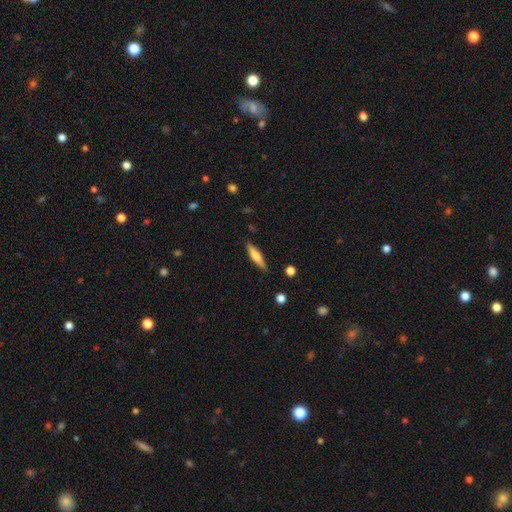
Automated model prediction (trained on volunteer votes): Smooth or featured: smooth — 59% (featured or disk — 35%)
How rounded: cigar-shaped — 81% (in between — 18%)
Merging: none — 86% (minor disturbance — 10%)